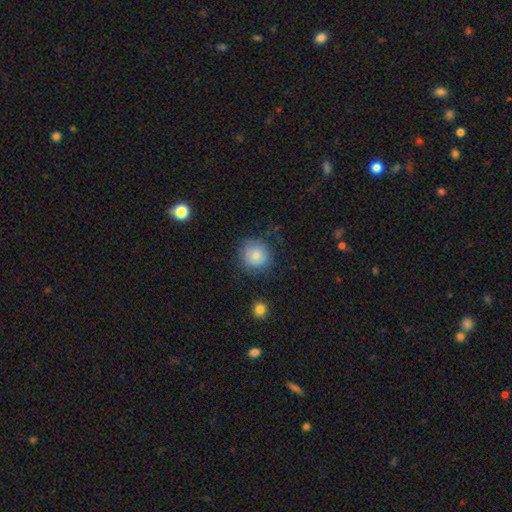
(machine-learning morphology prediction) Q: Smooth or featured?
A: smooth (78%); runner-up: featured or disk (13%)
Q: How rounded?
A: round (90%); runner-up: in between (9%)
Q: Merging?
A: none (74%); runner-up: minor disturbance (18%)